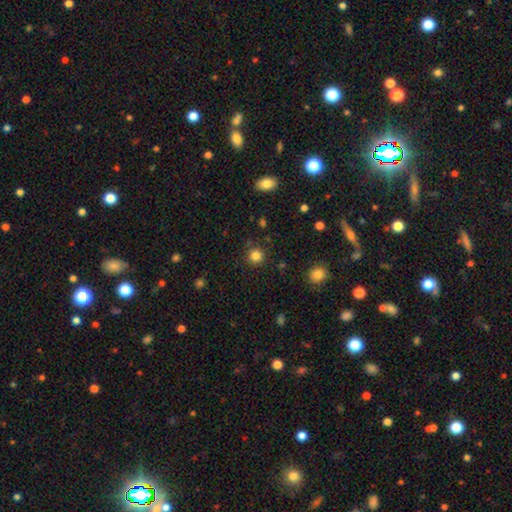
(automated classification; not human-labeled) This is clearly a smooth galaxy (83%). How rounded: clearly round (93%). Merging: clearly none (88%).